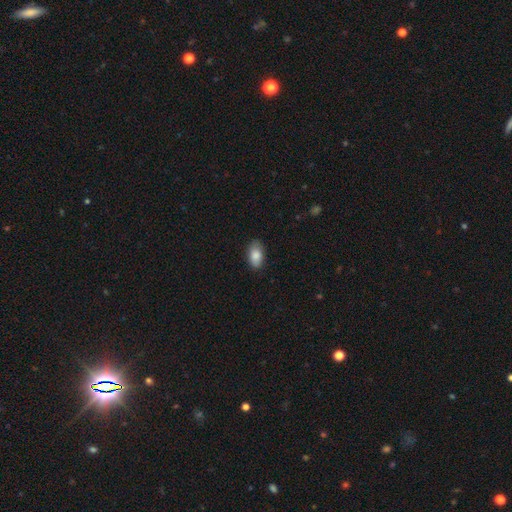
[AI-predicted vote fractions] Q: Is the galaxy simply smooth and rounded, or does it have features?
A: smooth — 86%.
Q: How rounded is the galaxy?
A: in between — 93%.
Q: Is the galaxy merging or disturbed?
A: none — 84%.